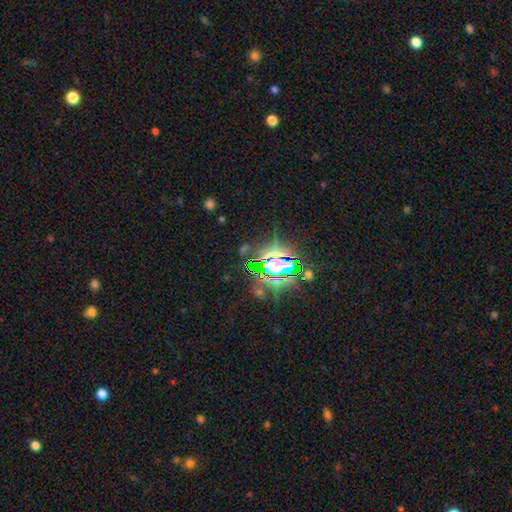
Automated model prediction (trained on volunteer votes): smooth_or_featured: star or artifact (p=0.84) [alt: smooth p=0.09]